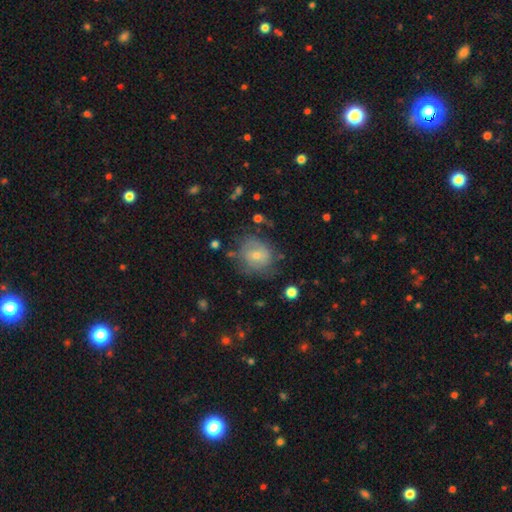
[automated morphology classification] Smooth or featured? featured or disk (45%)
Merging? none (64%)